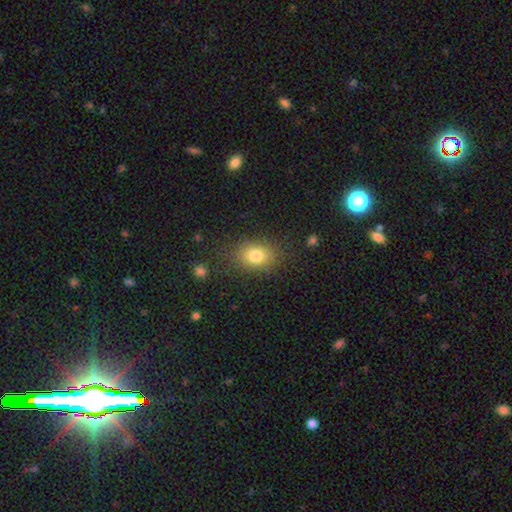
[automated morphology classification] This appears to be a smooth galaxy with no disk features (80%) that is in between round and cigar-shaped (66%). Merging: none (81%).